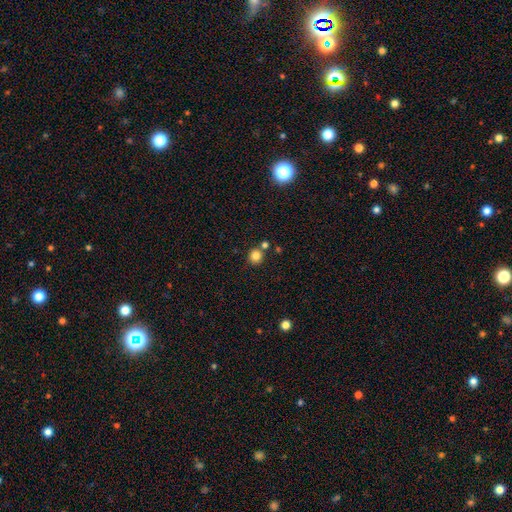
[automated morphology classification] smooth-or-featured: smooth: 81% | star or artifact: 12% | featured or disk: 6%
  how-rounded: round: 88% | in between: 11% | cigar-shaped: 1%
  merging: none: 74% | merger: 15% | minor disturbance: 8% | major disturbance: 2%